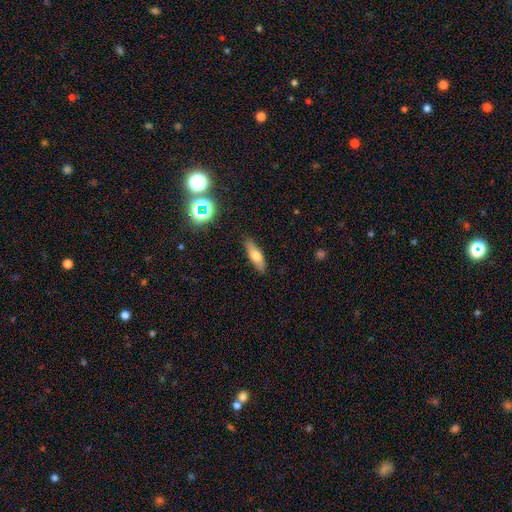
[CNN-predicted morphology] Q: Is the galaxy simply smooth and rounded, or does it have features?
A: smooth — 65%.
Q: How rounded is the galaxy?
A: cigar-shaped — 56%.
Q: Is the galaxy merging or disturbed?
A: none — 86%.